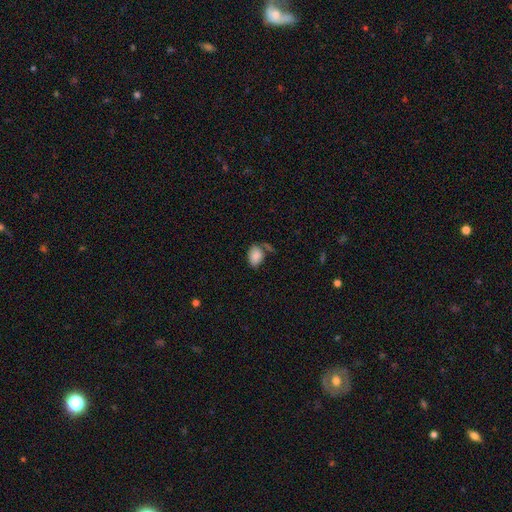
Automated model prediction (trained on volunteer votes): Q: Smooth or featured?
A: smooth (86%); runner-up: star or artifact (8%)
Q: How rounded?
A: in between (84%); runner-up: round (15%)
Q: Merging?
A: none (55%); runner-up: minor disturbance (22%)